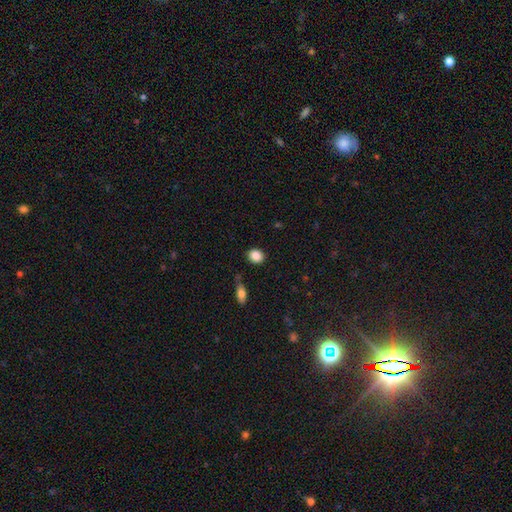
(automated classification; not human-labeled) The model was most divided on "how rounded": round: 57%, in between: 42%, cigar-shaped: 1%. More confident: smooth or featured — smooth (87%); merging — none (83%).